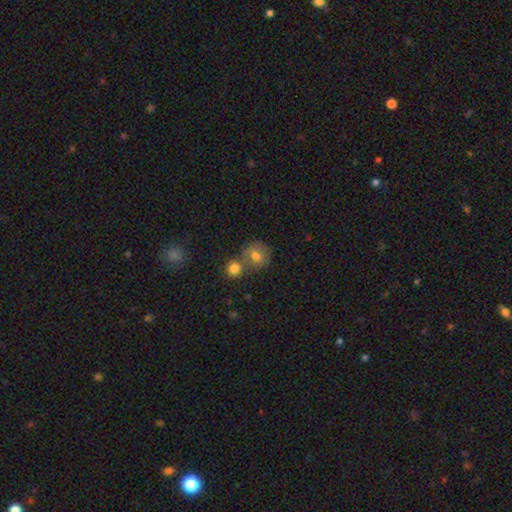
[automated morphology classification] A smooth galaxy with no disk features (76%) that is round (84%). Merging: none (50%).